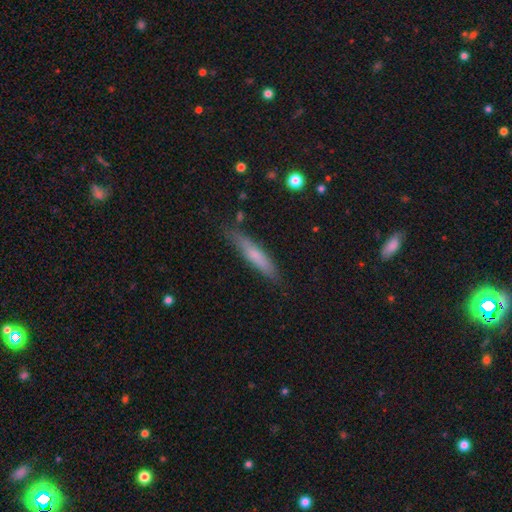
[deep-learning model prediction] Overall: smooth (62%; featured or disk 32%). How rounded: cigar-shaped (90%). Merging: none (81%).